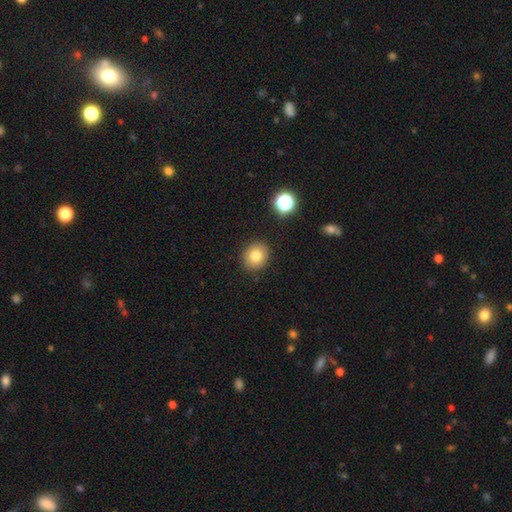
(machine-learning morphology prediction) A smooth galaxy with no disk features (79%) that is round (80%). Merging: none (89%).